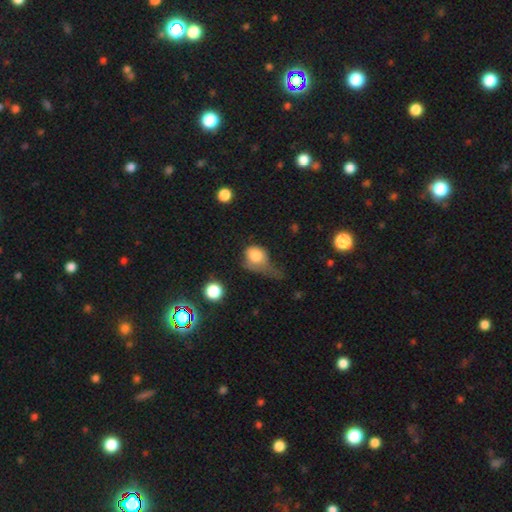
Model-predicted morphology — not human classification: Overall: smooth (76%). How rounded: round (54%; in between 44%). Merging: major disturbance (49%; minor disturbance 28%).